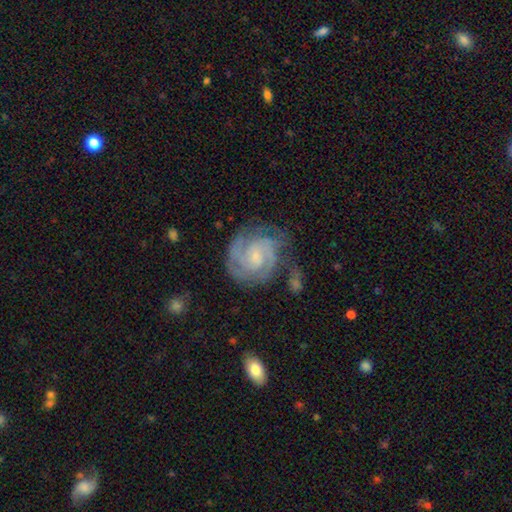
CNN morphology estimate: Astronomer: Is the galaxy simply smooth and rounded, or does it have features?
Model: featured or disk — 87%.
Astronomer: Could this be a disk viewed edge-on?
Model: no — 98%.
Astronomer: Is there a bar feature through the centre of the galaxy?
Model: no — 49% (runner-up: weak, 42%).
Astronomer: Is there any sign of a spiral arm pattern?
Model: yes — 97%.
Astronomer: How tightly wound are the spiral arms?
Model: tight — 65%.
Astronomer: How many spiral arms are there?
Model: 2 — 43% (runner-up: 3, 26%).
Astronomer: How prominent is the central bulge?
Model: small — 62%.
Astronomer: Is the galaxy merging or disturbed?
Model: none — 69%.